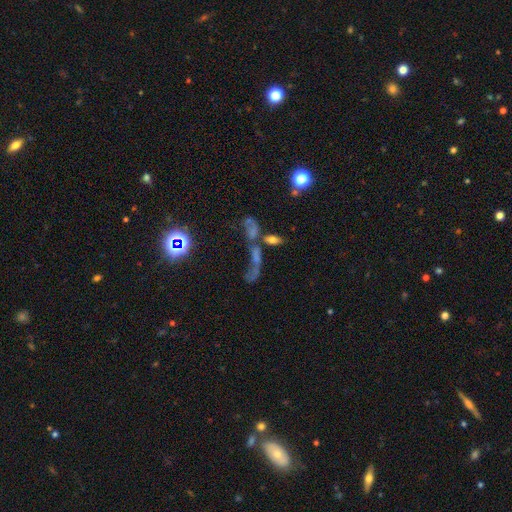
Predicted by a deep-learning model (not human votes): Q: Smooth or featured?
A: star or artifact (37%); runner-up: featured or disk (34%)